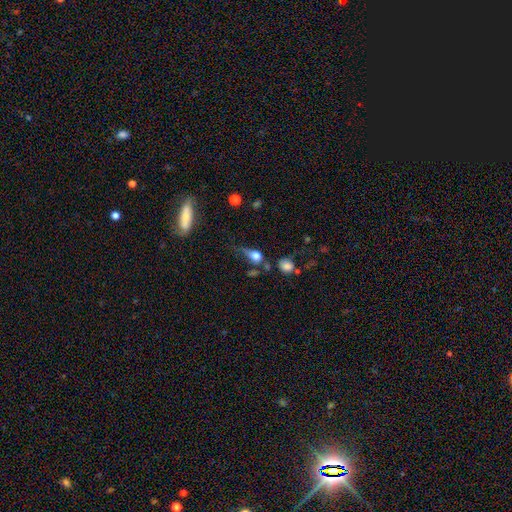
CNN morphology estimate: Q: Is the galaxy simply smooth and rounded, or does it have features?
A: smooth — 70%.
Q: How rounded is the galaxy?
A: in between — 60%.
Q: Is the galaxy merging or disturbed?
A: none — 32%.